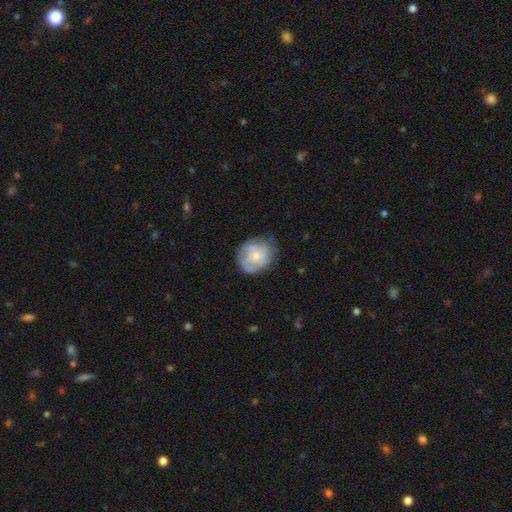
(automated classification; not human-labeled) Smooth or featured? smooth (48%)
Merging? none (64%)